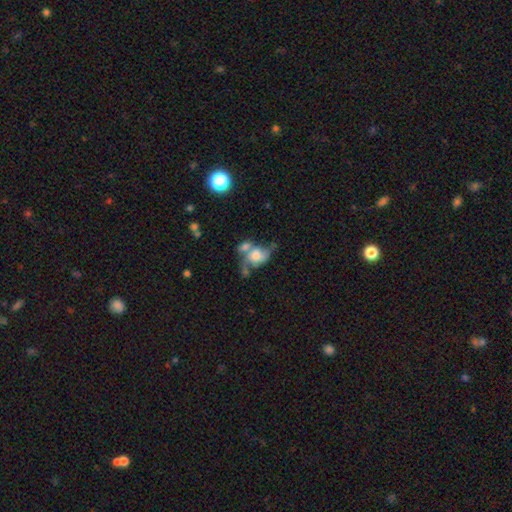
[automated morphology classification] A featured or disk galaxy (51%).

Vote fractions:
- Smooth or featured? featured or disk: 51% / smooth: 40% / star or artifact: 9%
- Edge-on disk? no: 96% / yes: 4%
- Merging? merger: 45% / none: 21% / major disturbance: 19% / minor disturbance: 15%